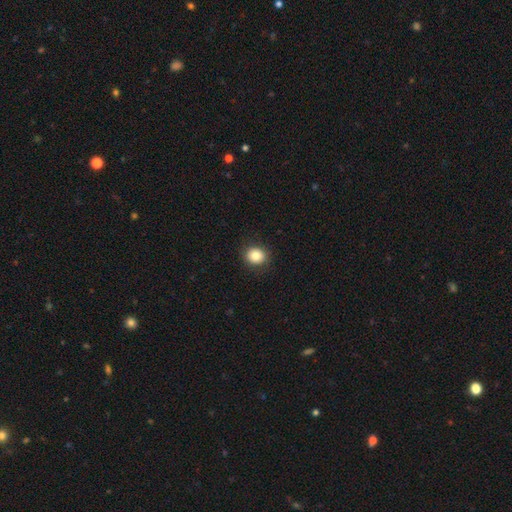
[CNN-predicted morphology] This appears to be a smooth galaxy with no disk features (84%) that is round (75%). Merging: none (90%).